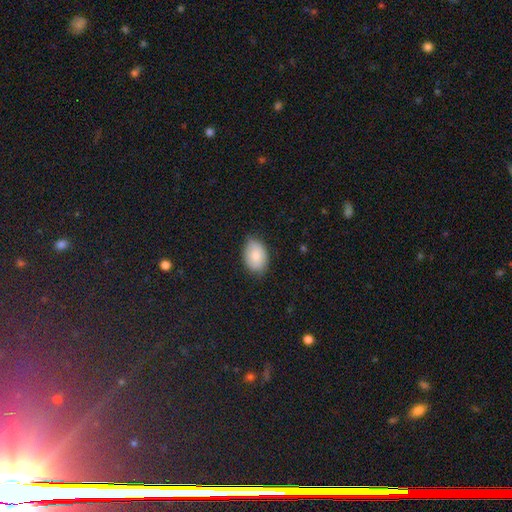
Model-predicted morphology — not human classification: Overall: smooth (83%). How rounded: in between (85%). Merging: none (78%).